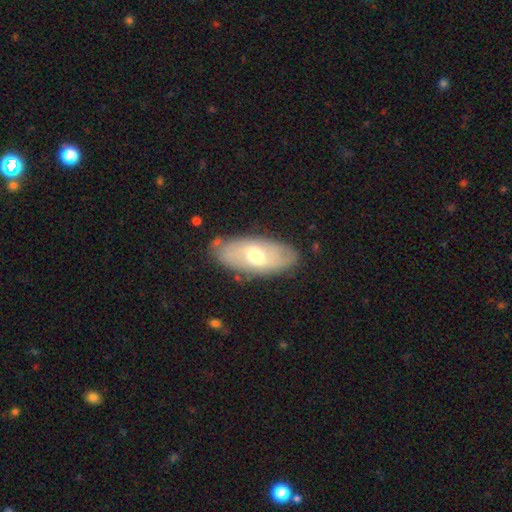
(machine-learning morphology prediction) Smooth or featured: featured or disk — 48% (smooth — 46%)
Merging: none — 79% (minor disturbance — 15%)